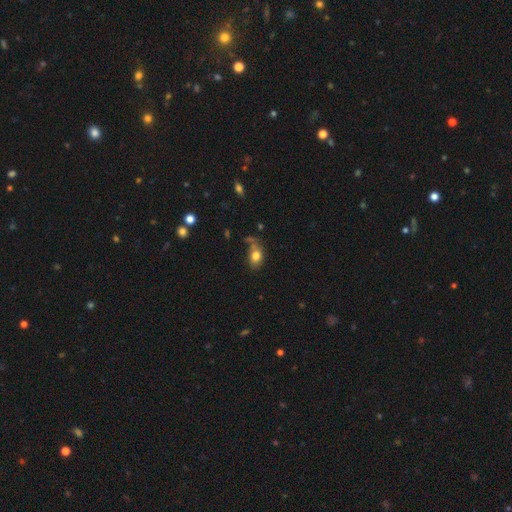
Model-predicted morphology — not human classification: smooth-or-featured: smooth: 78% | featured or disk: 12% | star or artifact: 10%
  how-rounded: in between: 75% | round: 23% | cigar-shaped: 2%
  merging: none: 51% | minor disturbance: 23% | merger: 13% | major disturbance: 12%